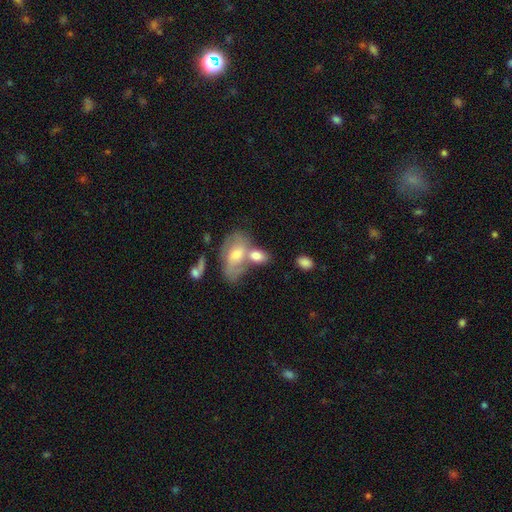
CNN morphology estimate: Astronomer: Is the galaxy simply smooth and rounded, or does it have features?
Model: smooth — 63%.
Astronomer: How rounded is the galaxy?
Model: in between — 86%.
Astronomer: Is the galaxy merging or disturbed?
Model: merger — 48% (runner-up: none, 30%).